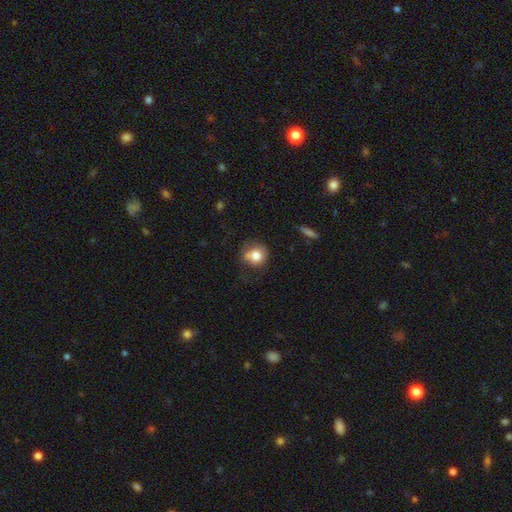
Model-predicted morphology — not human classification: This appears to be a smooth galaxy with no disk features (78%) that is round (83%). Merging: none (61%).